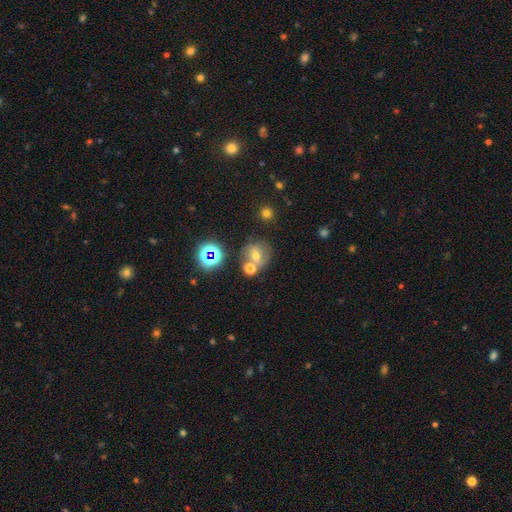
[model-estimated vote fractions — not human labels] smooth-or-featured: smooth: 46% | star or artifact: 28% | featured or disk: 26%
  merging: none: 58% | merger: 25% | minor disturbance: 12% | major disturbance: 5%